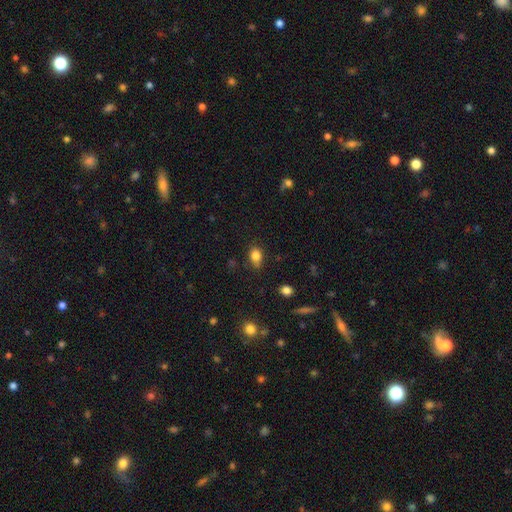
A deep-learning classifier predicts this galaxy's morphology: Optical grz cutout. It shows a smooth galaxy with no disk features (83%) that is in between round and cigar-shaped (67%). Merging: none (73%).